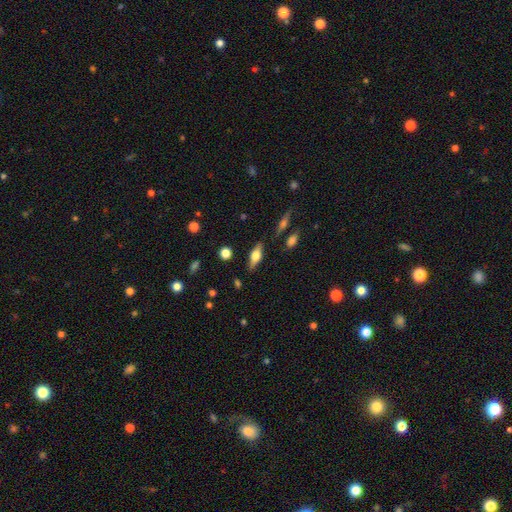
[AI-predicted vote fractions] A smooth galaxy with no disk features (48%). Merging: none (81%).